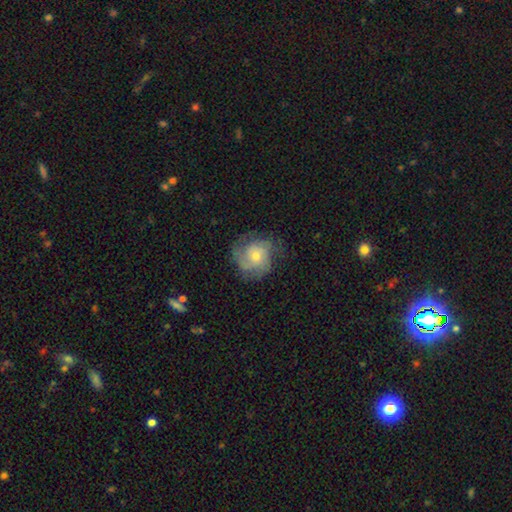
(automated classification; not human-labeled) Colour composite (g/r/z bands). It shows a featured or disk galaxy (65%) with no bar (78%), 3 (30%) tight (45%) spiral arms (89%) and a small central bulge (51%). Merging: none (67%).